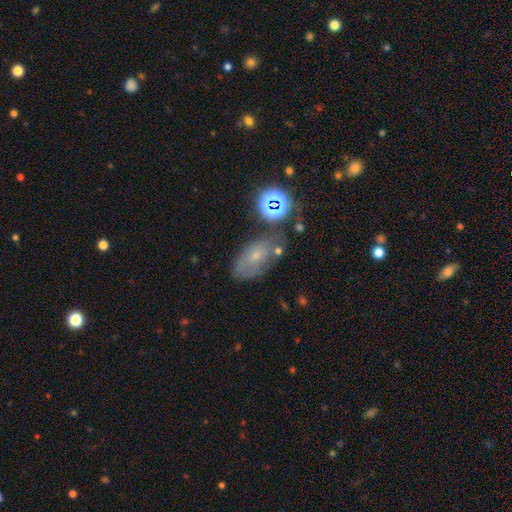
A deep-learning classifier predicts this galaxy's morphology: A smooth galaxy with no disk features (50%).

Vote fractions:
- Smooth or featured? smooth: 50% / featured or disk: 29% / star or artifact: 21%
- Merging? none: 57% / minor disturbance: 24% / major disturbance: 10% / merger: 10%